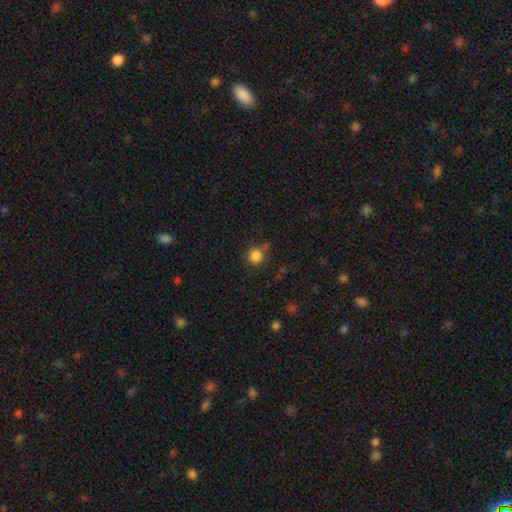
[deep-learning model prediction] Smooth or featured: smooth — 84% (star or artifact — 12%)
How rounded: round — 92% (in between — 7%)
Merging: none — 72% (minor disturbance — 15%)